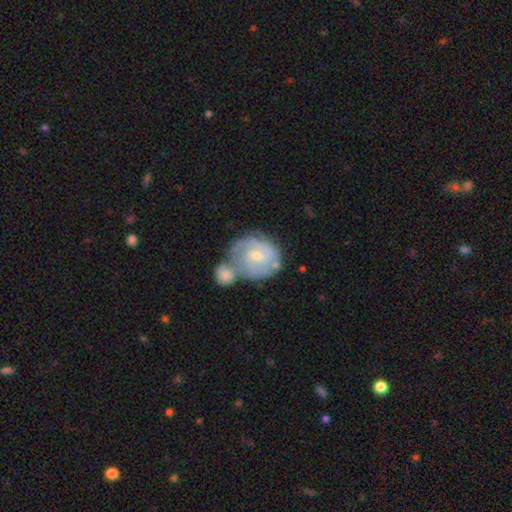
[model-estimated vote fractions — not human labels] Smooth or featured?
  - featured or disk: 67% *
  - smooth: 26%
  - star or artifact: 7%
Edge-on disk?
  - no: 97% *
  - yes: 3%
Bar?
  - no: 62% *
  - weak: 32%
  - strong: 5%
Spiral arms?
  - yes: 79% *
  - no: 21%
Spiral winding?
  - tight: 64% *
  - medium: 27%
  - loose: 9%
Spiral arm count?
  - can't tell: 43% *
  - 2: 31%
  - 3: 12%
  - 1: 7%
  - 4: 4%
  - more than 4: 3%
Bulge size?
  - small: 57% *
  - moderate: 39%
  - none: 2%
  - large: 1%
  - dominant: 1%
Merging?
  - merger: 49% *
  - none: 30%
  - minor disturbance: 15%
  - major disturbance: 7%